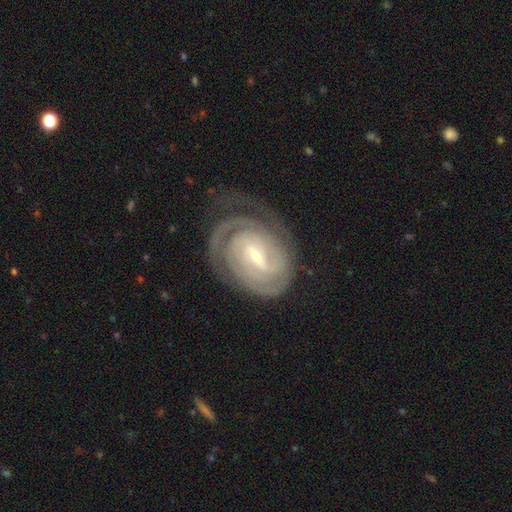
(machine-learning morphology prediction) A featured or disk galaxy (90%) with a weak bar (46%), 2 (46%) tight (77%) spiral arms (97%) and a small central bulge (68%). Merging: none (67%).